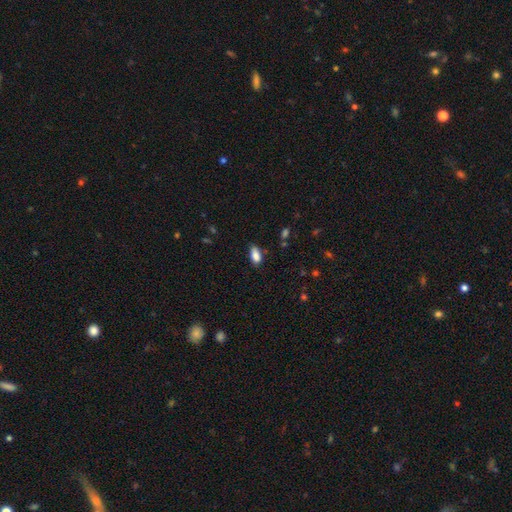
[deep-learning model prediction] A smooth galaxy with no disk features (87%) that is in between round and cigar-shaped (89%).

Vote fractions:
- Smooth or featured? smooth: 87% / star or artifact: 8% / featured or disk: 5%
- How rounded? in between: 89% / cigar-shaped: 7% / round: 3%
- Merging? none: 74% / minor disturbance: 20% / major disturbance: 4% / merger: 2%